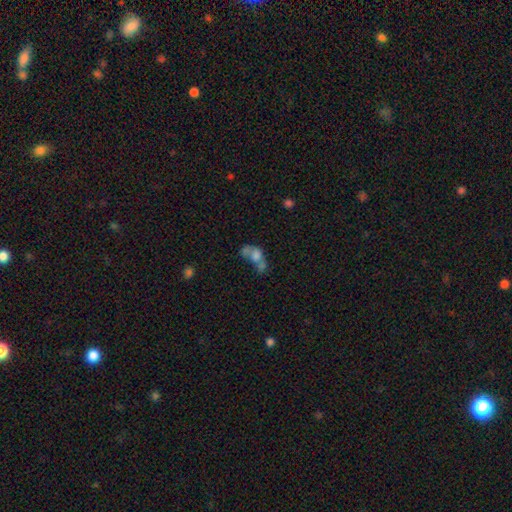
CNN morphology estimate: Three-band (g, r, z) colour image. It shows a smooth galaxy with no disk features (56%) that is in between round and cigar-shaped (70%). Merging: merger (61%).